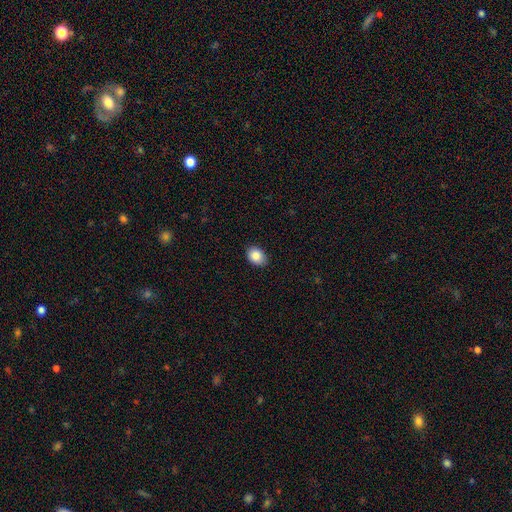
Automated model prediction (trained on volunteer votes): Smooth or featured: smooth — 86% (star or artifact — 8%)
How rounded: in between — 73% (round — 26%)
Merging: none — 88% (minor disturbance — 9%)